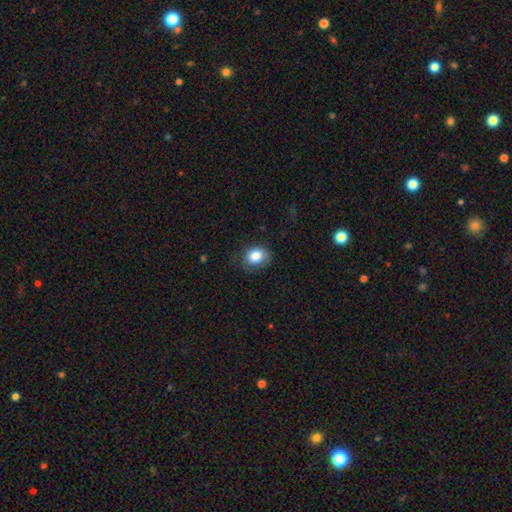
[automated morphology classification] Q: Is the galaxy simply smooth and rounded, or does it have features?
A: smooth — 83%.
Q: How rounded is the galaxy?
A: round — 54%.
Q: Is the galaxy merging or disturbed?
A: none — 69%.